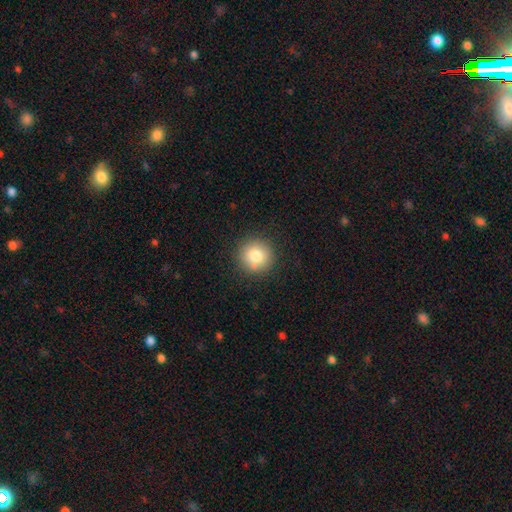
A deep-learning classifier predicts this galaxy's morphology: A smooth galaxy with no disk features (80%) that is round (94%).

Vote fractions:
- Smooth or featured? smooth: 80% / star or artifact: 11% / featured or disk: 10%
- How rounded? round: 94% / in between: 5% / cigar-shaped: 1%
- Merging? none: 86% / minor disturbance: 9% / merger: 3% / major disturbance: 3%